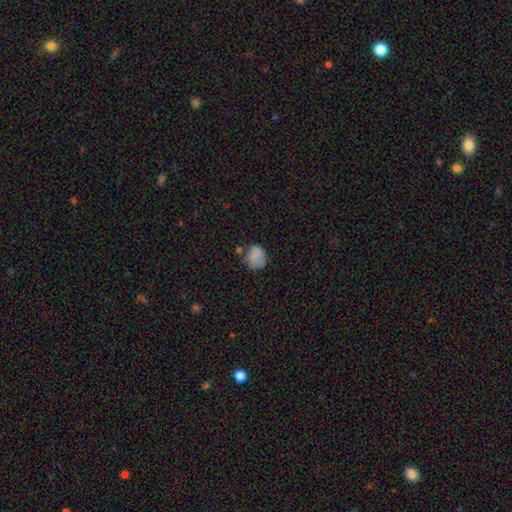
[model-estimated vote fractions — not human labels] This is likely a smooth galaxy (78%). How rounded: likely round (64%). Merging: likely none (64%).